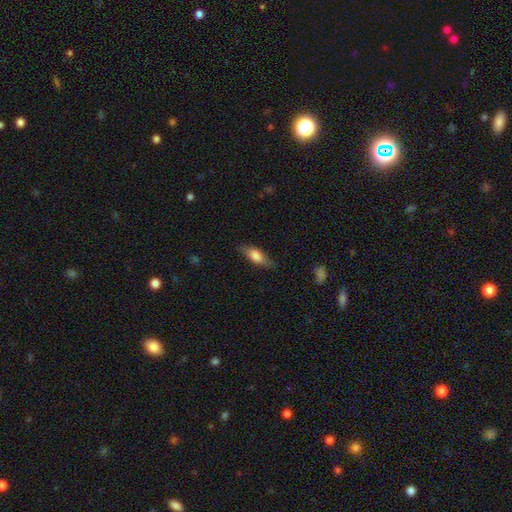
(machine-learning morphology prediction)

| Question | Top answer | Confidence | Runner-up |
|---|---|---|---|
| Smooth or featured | smooth | 72% | featured or disk (22%) |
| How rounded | in between | 68% | cigar-shaped (28%) |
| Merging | none | 79% | minor disturbance (16%) |